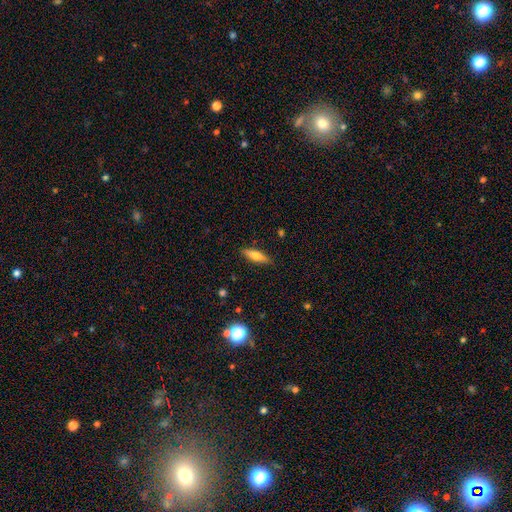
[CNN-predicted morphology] A smooth galaxy with no disk features (60%) that is cigar-shaped (61%).

Vote fractions:
- Smooth or featured? smooth: 60% / featured or disk: 34% / star or artifact: 7%
- How rounded? cigar-shaped: 61% / in between: 37% / round: 2%
- Merging? none: 87% / minor disturbance: 10% / major disturbance: 2% / merger: 1%